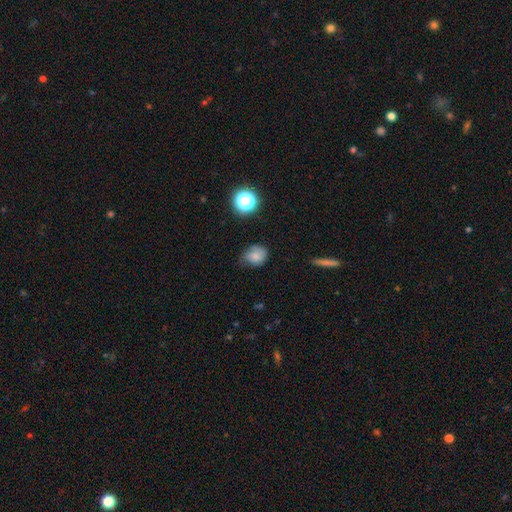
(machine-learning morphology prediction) Smooth or featured? Predicted: smooth (p=0.71). How rounded? Predicted: round (p=0.55). Merging? Predicted: none (p=0.51).